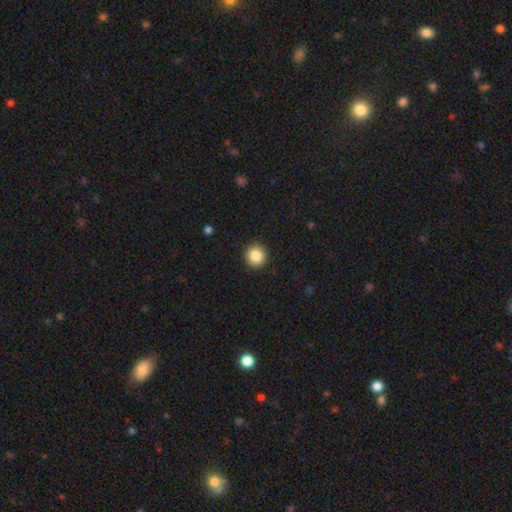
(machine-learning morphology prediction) Overall: smooth (87%). How rounded: round (92%). Merging: none (92%).